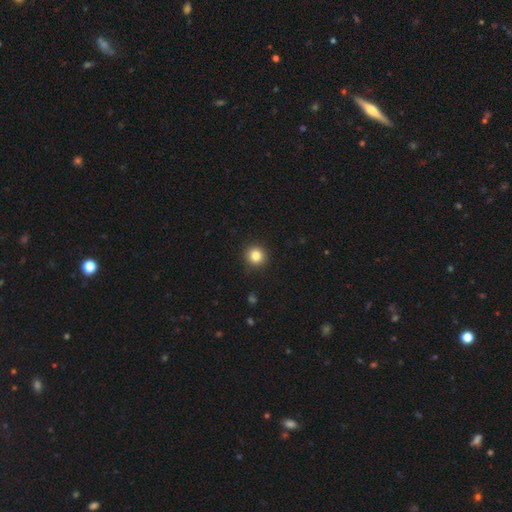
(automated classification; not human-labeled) This is clearly a smooth galaxy (83%). How rounded: clearly round (94%). Merging: clearly none (92%).